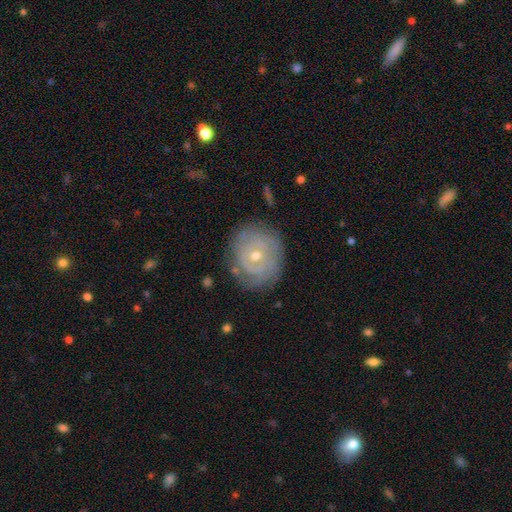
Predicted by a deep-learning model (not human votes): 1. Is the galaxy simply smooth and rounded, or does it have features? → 72% featured or disk, 21% smooth, 7% star or artifact.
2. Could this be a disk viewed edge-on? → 97% no, 3% yes.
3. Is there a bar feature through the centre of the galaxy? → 76% no, 20% weak, 4% strong.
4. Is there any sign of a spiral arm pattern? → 81% yes, 19% no.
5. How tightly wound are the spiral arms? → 76% tight, 18% medium, 6% loose.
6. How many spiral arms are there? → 47% can't tell, 25% 2, 12% 3, 6% 1, 5% 4, 4% more than 4.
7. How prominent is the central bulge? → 50% small, 47% moderate, 1% large, 1% none, 1% dominant.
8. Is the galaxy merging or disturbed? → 76% none, 17% minor disturbance, 6% major disturbance, 1% merger.